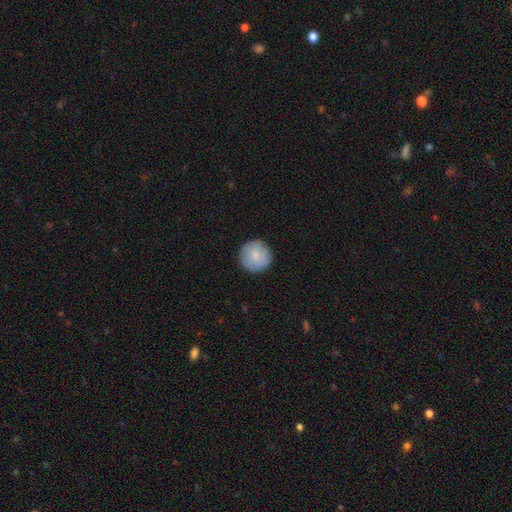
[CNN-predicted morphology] smooth 81%, featured or disk 13%, star or artifact 6%. Down the decision tree: how rounded — round (96%); merging — none (89%).